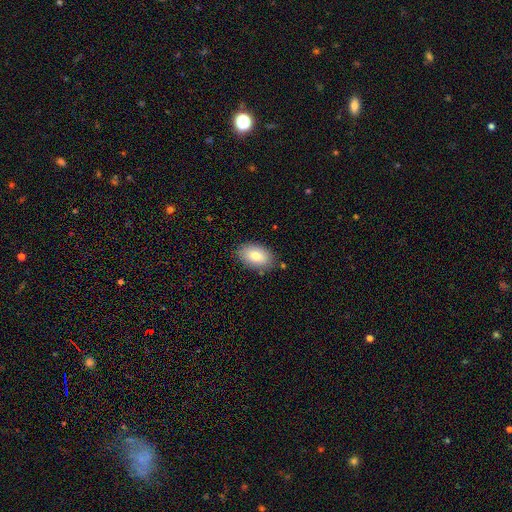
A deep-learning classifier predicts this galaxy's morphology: The model was most divided on "smooth or featured": smooth: 81%, featured or disk: 12%, star or artifact: 7%. More confident: how rounded — in between (93%); merging — none (82%).